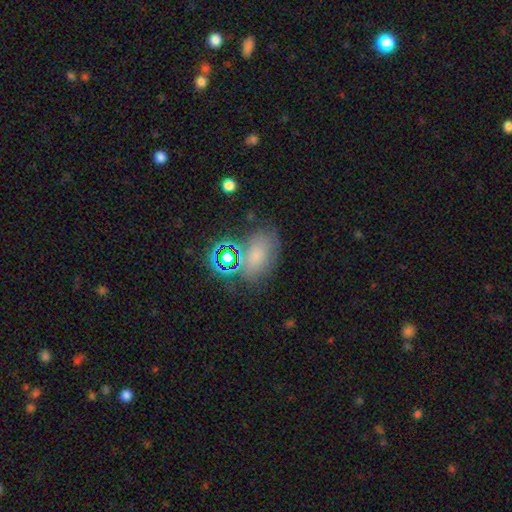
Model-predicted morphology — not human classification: The model was most divided on "merging": none: 59%, minor disturbance: 21%, major disturbance: 10%, merger: 10%. More confident: how rounded — in between (77%); smooth or featured — smooth (61%).